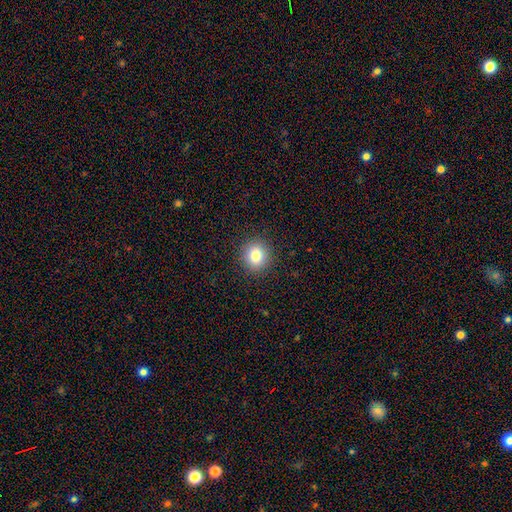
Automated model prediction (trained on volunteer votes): Q: Smooth or featured?
A: smooth (81%); runner-up: star or artifact (11%)
Q: How rounded?
A: round (88%); runner-up: in between (11%)
Q: Merging?
A: none (91%); runner-up: minor disturbance (6%)